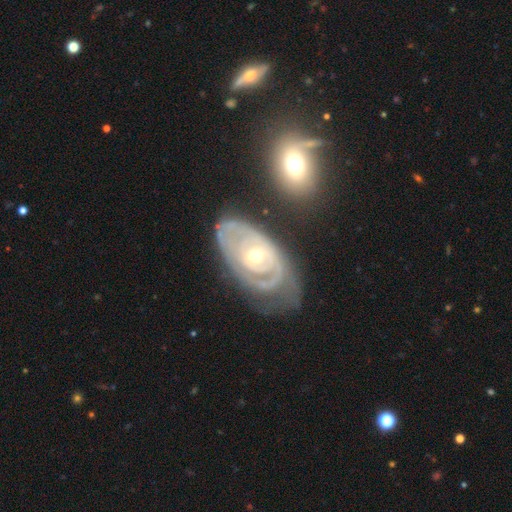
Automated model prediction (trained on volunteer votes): smooth-or-featured: featured or disk: 85% | smooth: 10% | star or artifact: 5%
  disk-edge-on: no: 95% | yes: 5%
    bar: no: 76% | weak: 18% | strong: 6%
    has-spiral-arms: yes: 86% | no: 14%
      spiral-winding: tight: 75% | medium: 19% | loose: 6%
      spiral-arm-count: can't tell: 43% | 2: 26% | 1: 12% | 3: 11% | 4: 4% | more than 4: 4%
    bulge-size: moderate: 51% | small: 45% | large: 2% | none: 1% | dominant: 1%
  merging: none: 56% | minor disturbance: 23% | major disturbance: 15% | merger: 6%